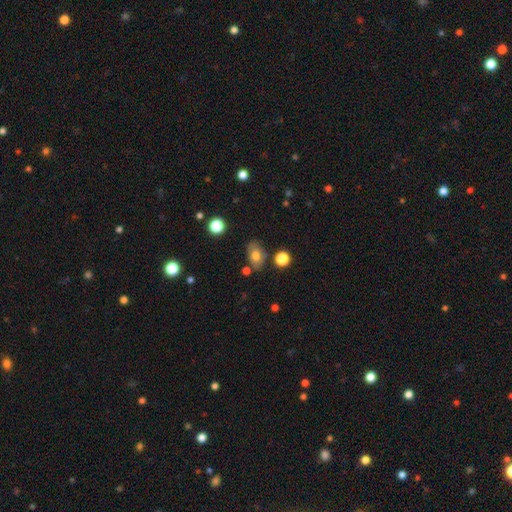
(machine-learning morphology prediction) This appears to be a smooth galaxy with no disk features (69%) that is in between round and cigar-shaped (82%). Merging: none (71%).